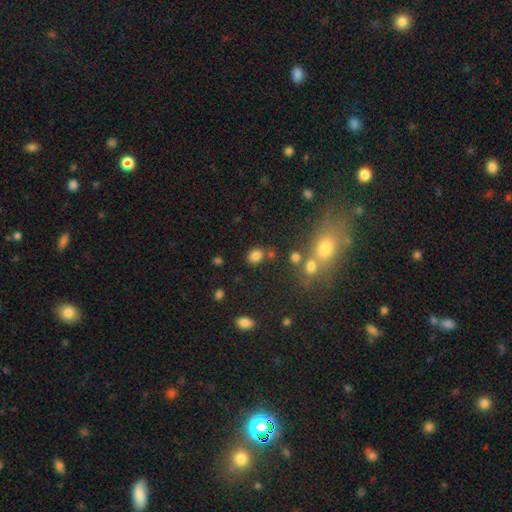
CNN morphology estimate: Smooth or featured? Predicted: smooth (p=0.80). How rounded? Predicted: in between (p=0.54). Merging? Predicted: none (p=0.74).